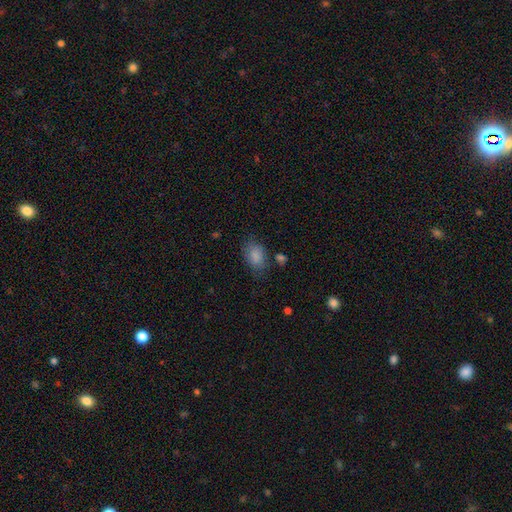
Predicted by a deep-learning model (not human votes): This appears to be a smooth galaxy with no disk features (85%) that is in between round and cigar-shaped (85%). Merging: none (70%).